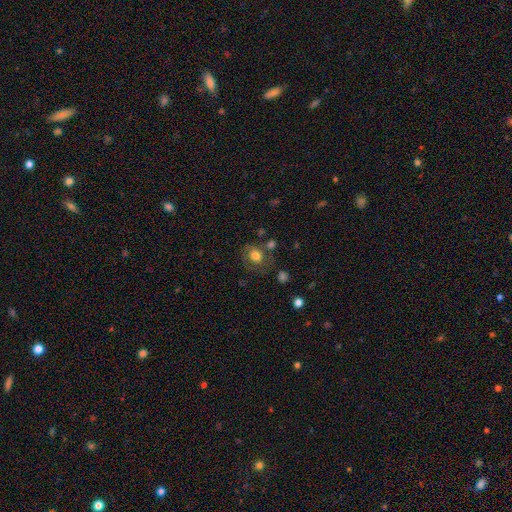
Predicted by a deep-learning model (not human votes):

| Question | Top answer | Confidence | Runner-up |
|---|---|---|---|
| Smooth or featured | smooth | 67% | featured or disk (23%) |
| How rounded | round | 61% | in between (38%) |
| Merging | none | 60% | minor disturbance (20%) |